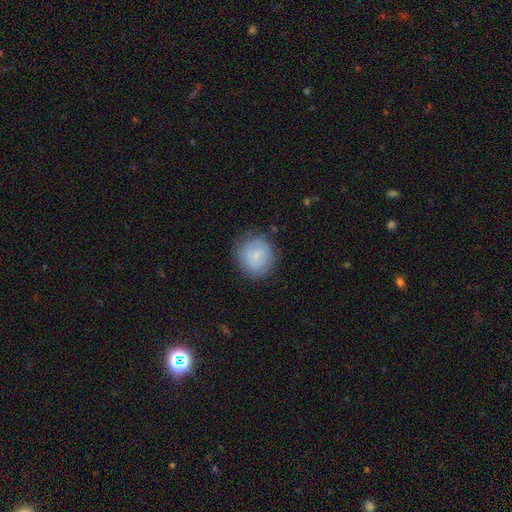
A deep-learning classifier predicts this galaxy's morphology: Smooth or featured? smooth (62%)
How rounded? round (88%)
Merging? none (80%)